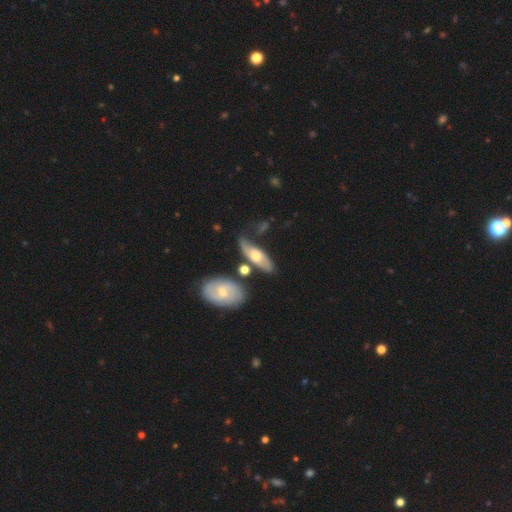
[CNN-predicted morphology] smooth-or-featured: featured or disk: 58% | smooth: 36% | star or artifact: 6%
  disk-edge-on: no: 68% | yes: 32%
  merging: none: 57% | minor disturbance: 22% | merger: 11% | major disturbance: 9%